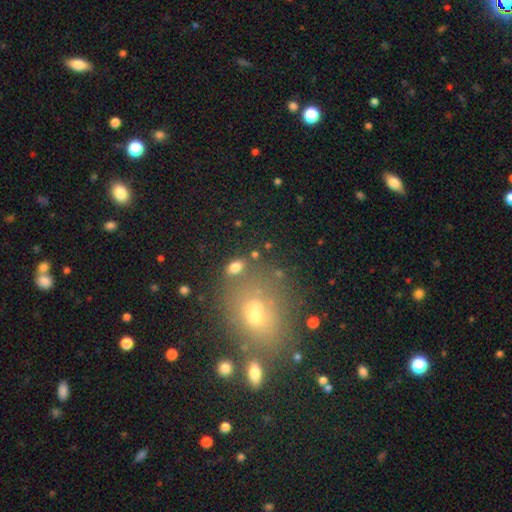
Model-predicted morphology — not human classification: smooth_or_featured: smooth (p=0.53) [alt: star or artifact p=0.28]
how_rounded: in between (p=0.61) [alt: round p=0.35]
merging: none (p=0.56) [alt: merger p=0.19]